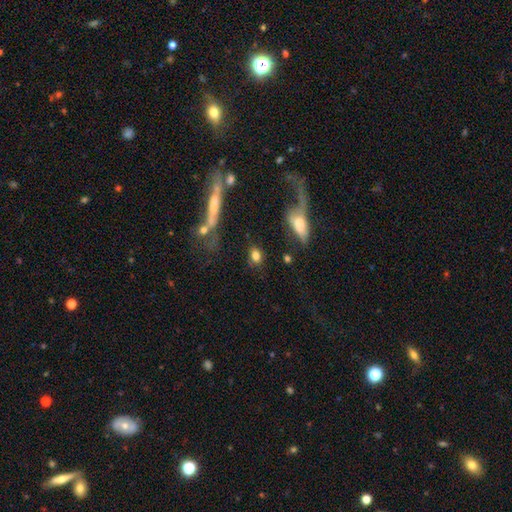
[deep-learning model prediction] smooth 78%, featured or disk 12%, star or artifact 10%. Down the decision tree: how rounded — in between (62%); merging — none (65%).